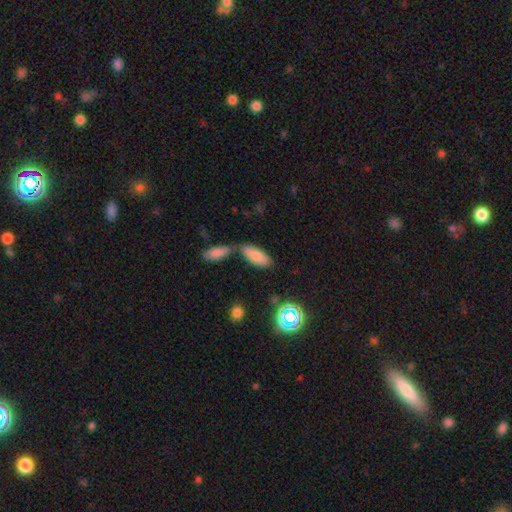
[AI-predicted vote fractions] Smooth or featured: smooth — 79% (featured or disk — 11%)
How rounded: in between — 81% (cigar-shaped — 16%)
Merging: none — 50% (merger — 32%)